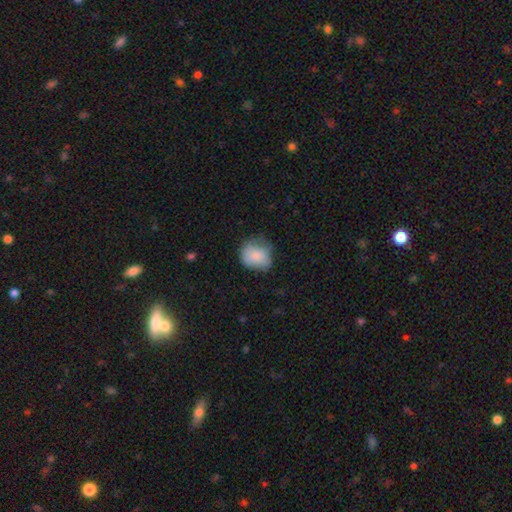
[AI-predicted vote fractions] Smooth or featured: smooth — 80% (featured or disk — 13%)
How rounded: round — 65% (in between — 34%)
Merging: none — 52% (minor disturbance — 34%)